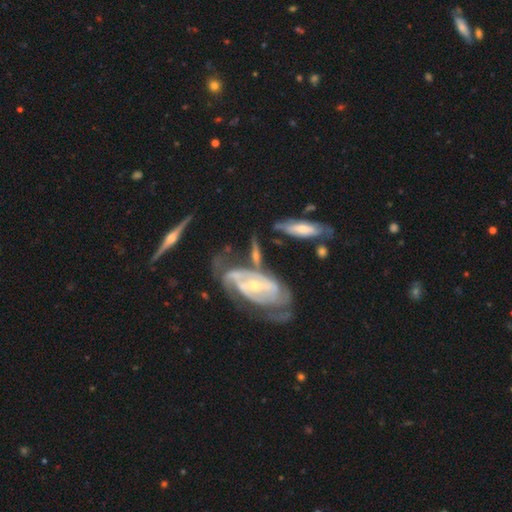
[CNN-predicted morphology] This is likely a featured or disk galaxy (74%). It is clearly not viewed edge-on (82%). Bar: possibly no (51%). Spiral arm pattern: likely yes (78%). Central bulge: possibly small (54%). Merging: marginally none (38%).